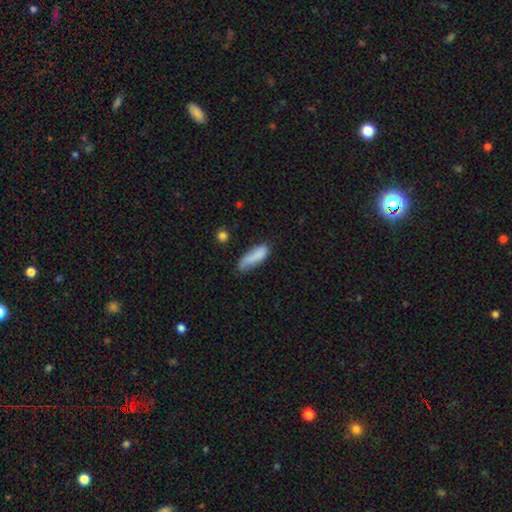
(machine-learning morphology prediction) Smooth or featured? smooth (84%)
How rounded? cigar-shaped (51%)
Merging? none (60%)